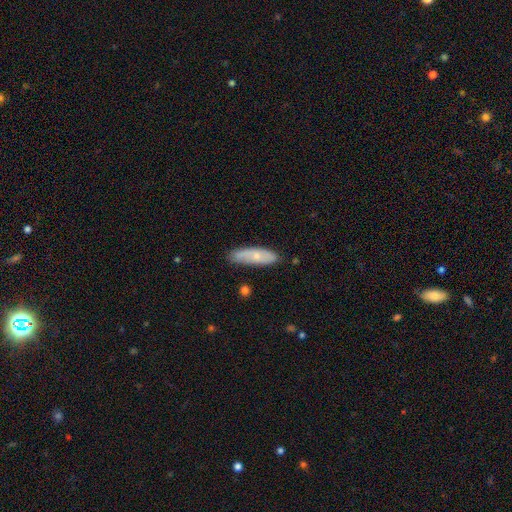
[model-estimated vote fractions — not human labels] Smooth or featured? smooth (65%)
How rounded? cigar-shaped (53%)
Merging? none (76%)